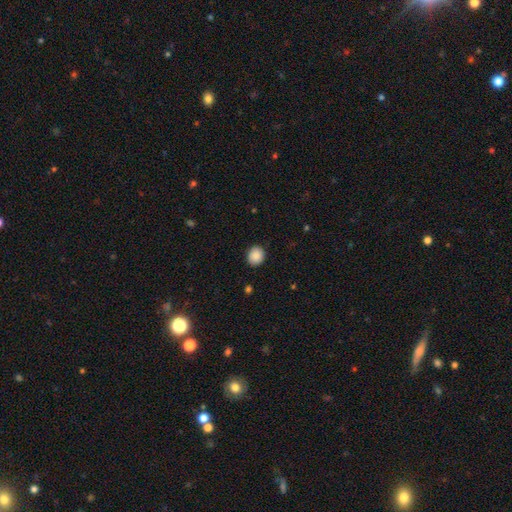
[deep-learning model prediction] Morphology: type=smooth (88%); roundness=round (70%); merging=none (90%).